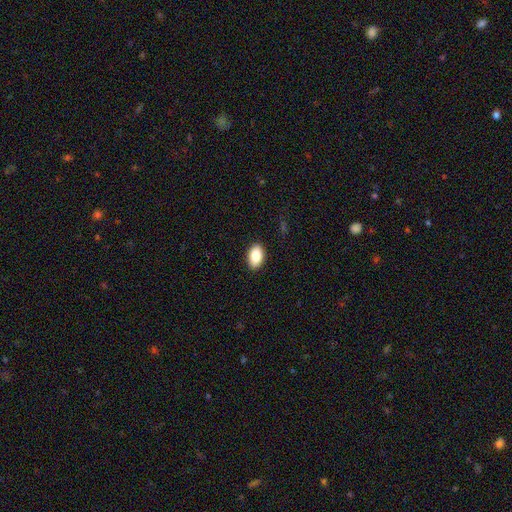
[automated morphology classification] Smooth or featured? smooth (86%)
How rounded? in between (92%)
Merging? none (89%)